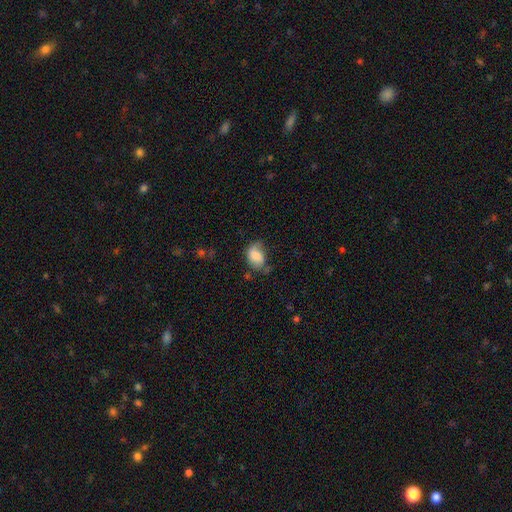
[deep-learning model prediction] A smooth galaxy with no disk features (75%) that is in between round and cigar-shaped (76%). Merging: none (44%).